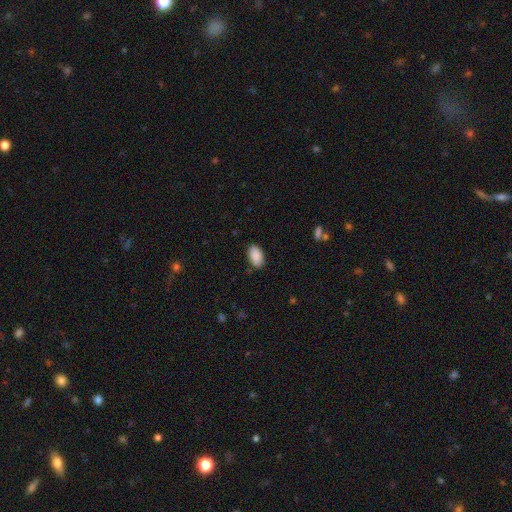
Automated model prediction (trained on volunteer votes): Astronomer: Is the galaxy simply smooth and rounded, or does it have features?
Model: smooth — 90%.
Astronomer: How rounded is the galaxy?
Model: in between — 95%.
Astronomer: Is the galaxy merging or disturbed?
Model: none — 86%.